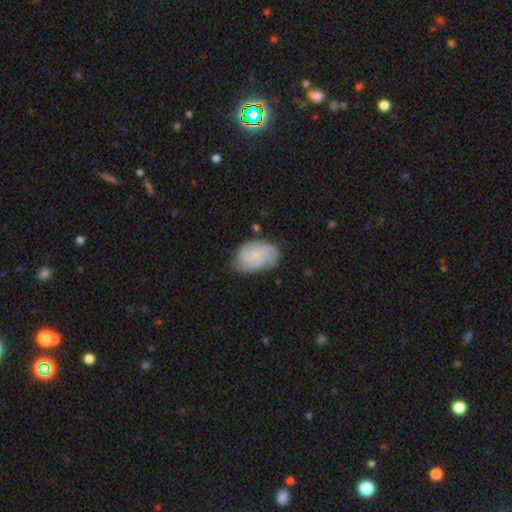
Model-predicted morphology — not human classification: Smooth or featured? Predicted: featured or disk (p=0.65). Edge-on disk? Predicted: no (p=0.98). Bar? Predicted: no (p=0.75). Spiral arms? Predicted: yes (p=0.93). Spiral winding? Predicted: tight (p=0.52). Spiral arm count? Predicted: 3 (p=0.34). Bulge size? Predicted: small (p=0.71). Merging? Predicted: none (p=0.68).